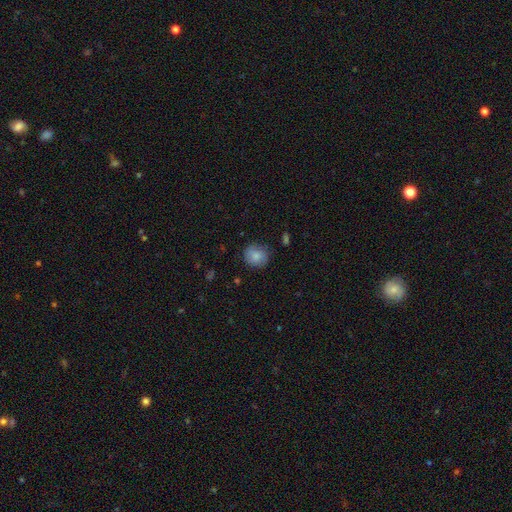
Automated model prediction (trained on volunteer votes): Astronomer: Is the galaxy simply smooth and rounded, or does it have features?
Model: smooth — 82%.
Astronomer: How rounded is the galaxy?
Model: round — 81%.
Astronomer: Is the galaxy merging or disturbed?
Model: none — 78%.